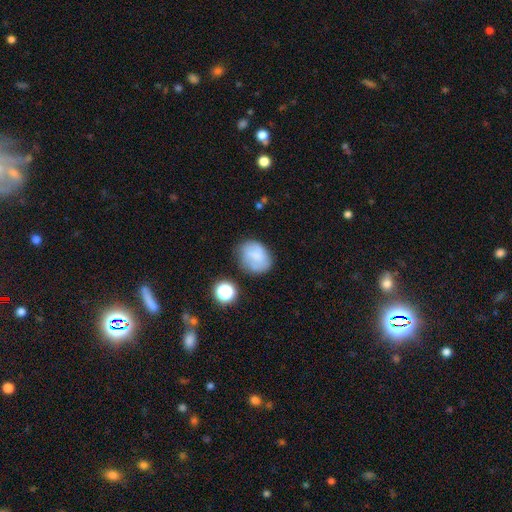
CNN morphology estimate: A smooth galaxy with no disk features (65%) that is in between round and cigar-shaped (52%). Merging: none (65%).